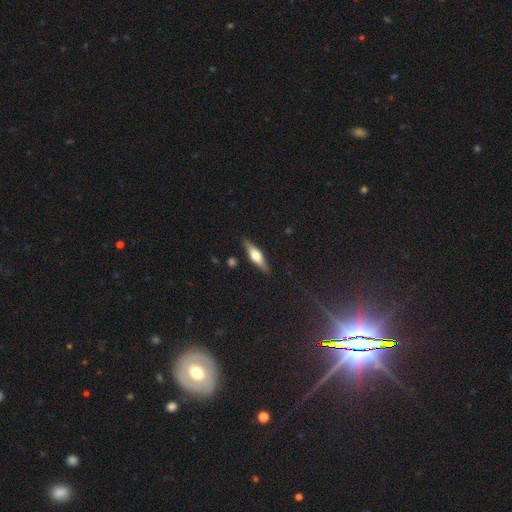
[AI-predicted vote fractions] Smooth or featured? featured or disk (59%)
Edge-on disk? yes (94%)
Edge-on bulge? rounded (93%)
Merging? none (88%)